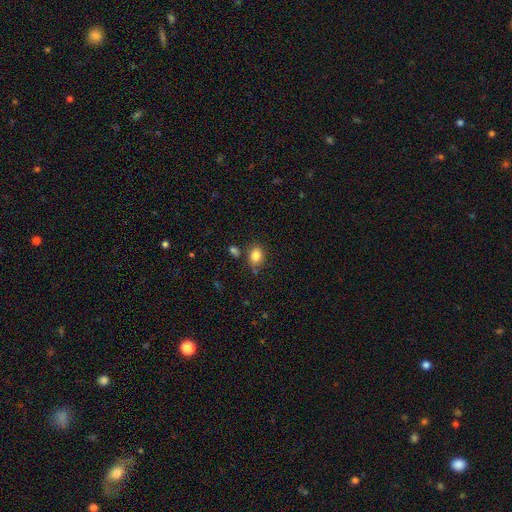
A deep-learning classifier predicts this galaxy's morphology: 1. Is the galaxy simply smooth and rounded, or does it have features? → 83% smooth, 10% star or artifact, 7% featured or disk.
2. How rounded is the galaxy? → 61% in between, 37% round, 1% cigar-shaped.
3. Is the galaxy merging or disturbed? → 74% none, 15% minor disturbance, 7% merger, 4% major disturbance.